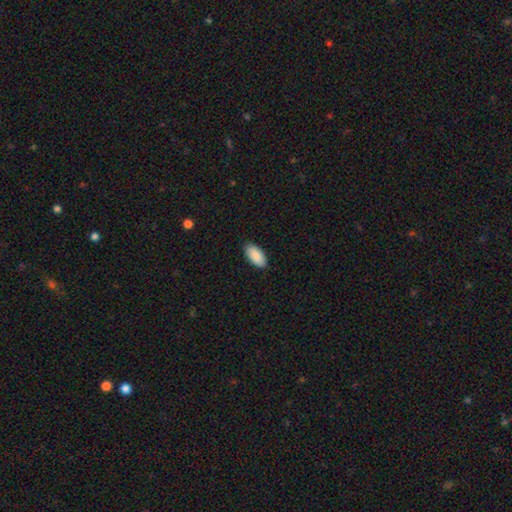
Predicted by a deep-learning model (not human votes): smooth-or-featured: smooth: 90% | star or artifact: 6% | featured or disk: 4%
  how-rounded: in between: 93% | cigar-shaped: 5% | round: 2%
  merging: none: 87% | minor disturbance: 10% | major disturbance: 2% | merger: 1%